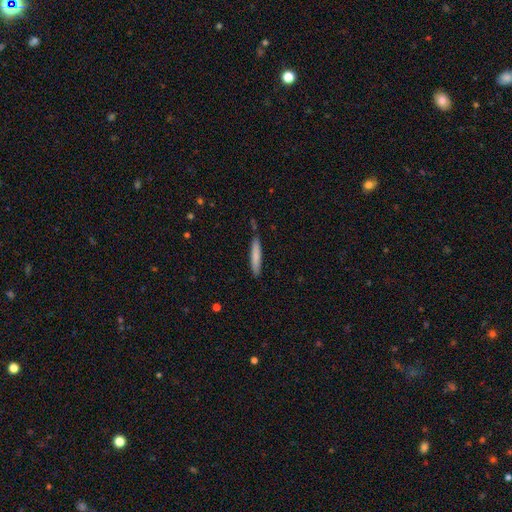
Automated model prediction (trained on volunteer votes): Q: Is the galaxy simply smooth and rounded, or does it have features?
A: smooth — 78%.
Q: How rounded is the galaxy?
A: cigar-shaped — 93%.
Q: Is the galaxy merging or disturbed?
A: none — 85%.